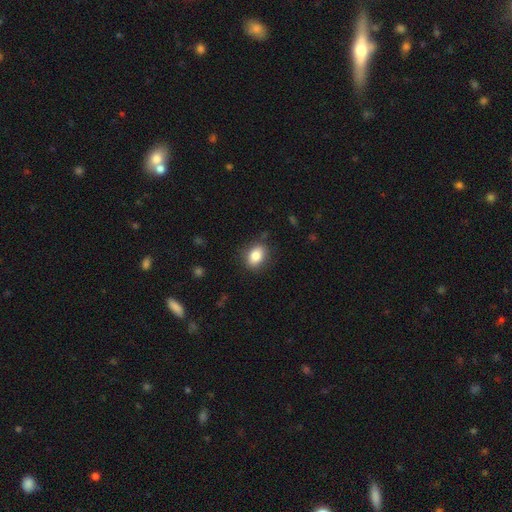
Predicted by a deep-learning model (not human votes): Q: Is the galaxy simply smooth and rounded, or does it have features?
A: smooth — 83%.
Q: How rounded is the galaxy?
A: in between — 70%.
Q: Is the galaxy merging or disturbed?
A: none — 83%.